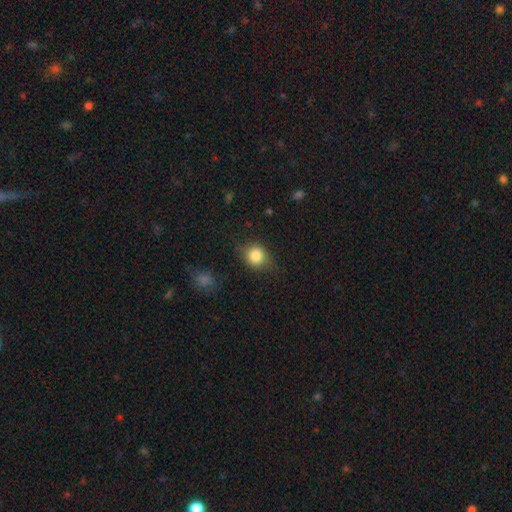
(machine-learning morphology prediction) This is clearly a smooth galaxy (82%). How rounded: likely round (70%). Merging: likely none (69%).